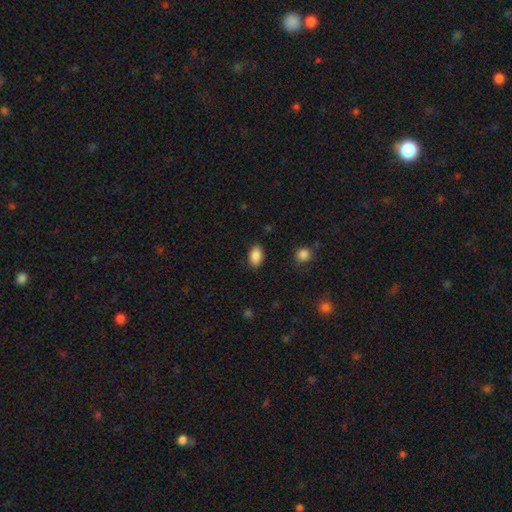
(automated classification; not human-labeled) Smooth or featured?
  - smooth: 87% *
  - star or artifact: 8%
  - featured or disk: 5%
How rounded?
  - in between: 90% *
  - round: 8%
  - cigar-shaped: 2%
Merging?
  - none: 86% *
  - minor disturbance: 10%
  - major disturbance: 2%
  - merger: 1%